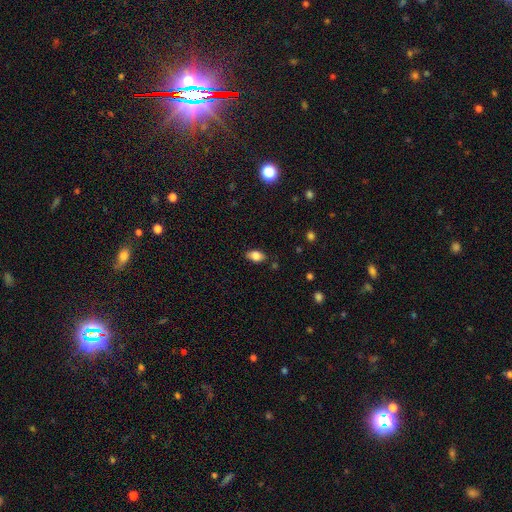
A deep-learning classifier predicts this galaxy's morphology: A smooth galaxy with no disk features (81%) that is in between round and cigar-shaped (88%). Merging: none (82%).